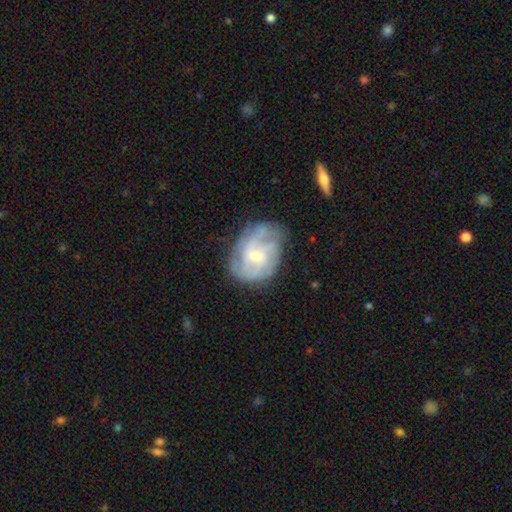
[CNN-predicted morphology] Smooth or featured?
  - featured or disk: 79% *
  - smooth: 15%
  - star or artifact: 6%
Edge-on disk?
  - no: 98% *
  - yes: 2%
Bar?
  - no: 48% *
  - weak: 44%
  - strong: 8%
Spiral arms?
  - yes: 91% *
  - no: 9%
Spiral winding?
  - tight: 46% *
  - medium: 40%
  - loose: 14%
Spiral arm count?
  - can't tell: 31% *
  - 3: 27%
  - 2: 19%
  - 4: 14%
  - 1: 5%
  - more than 4: 5%
Bulge size?
  - small: 53% *
  - moderate: 39%
  - none: 5%
  - large: 2%
  - dominant: 1%
Merging?
  - none: 65% *
  - minor disturbance: 23%
  - major disturbance: 11%
  - merger: 2%